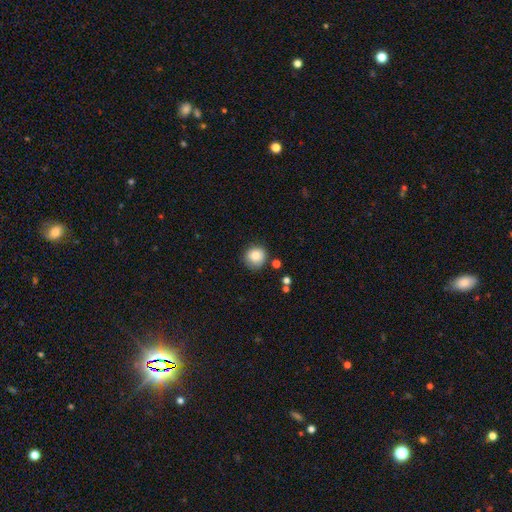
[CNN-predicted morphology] smooth_or_featured: smooth (p=0.83) [alt: star or artifact p=0.09]
how_rounded: round (p=0.89) [alt: in between p=0.10]
merging: none (p=0.76) [alt: minor disturbance p=0.17]